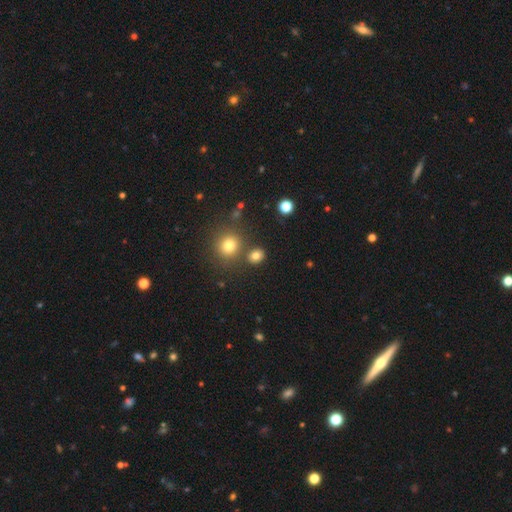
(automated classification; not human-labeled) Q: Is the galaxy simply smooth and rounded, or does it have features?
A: smooth — 78%.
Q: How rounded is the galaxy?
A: round — 66%.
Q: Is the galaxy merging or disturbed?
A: none — 78%.